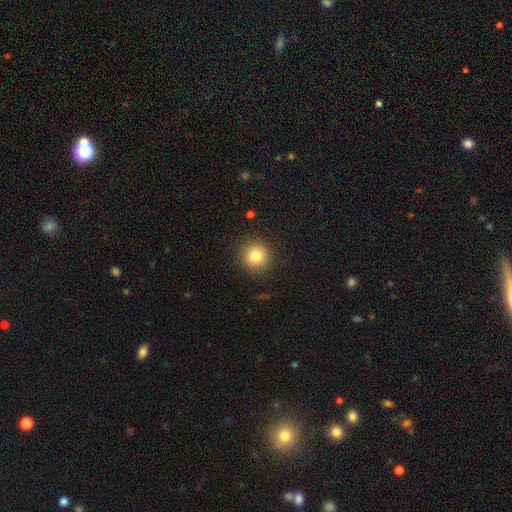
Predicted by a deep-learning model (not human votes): Morphology: type=smooth (82%); roundness=round (93%); merging=none (90%).